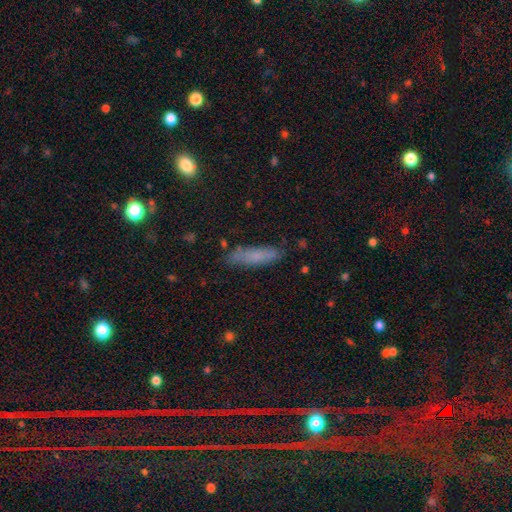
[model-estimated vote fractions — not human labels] Smooth or featured?
  - smooth: 70% *
  - featured or disk: 20%
  - star or artifact: 10%
How rounded?
  - cigar-shaped: 75% *
  - in between: 23%
  - round: 2%
Merging?
  - none: 79% *
  - minor disturbance: 15%
  - major disturbance: 3%
  - merger: 2%